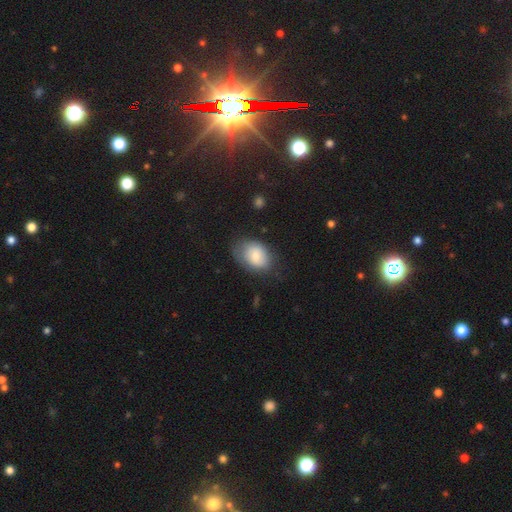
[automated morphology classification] Q: Smooth or featured?
A: smooth (76%); runner-up: featured or disk (16%)
Q: How rounded?
A: in between (78%); runner-up: round (21%)
Q: Merging?
A: none (63%); runner-up: minor disturbance (26%)